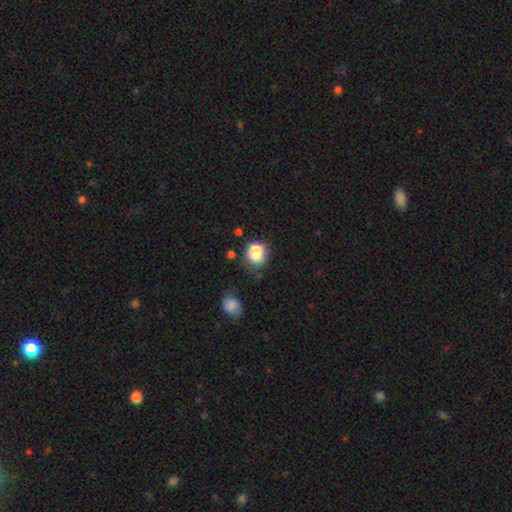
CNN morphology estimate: Overall: smooth (73%). How rounded: round (66%; in between 33%). Merging: none (42%; merger 27%).